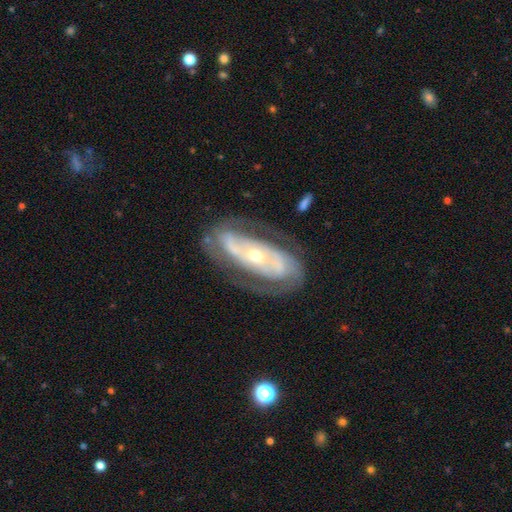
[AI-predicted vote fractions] Morphology: type=featured or disk (84%); edge-on=no (92%); bar=no (56%); spiral arms=yes (85%); winding=tight (50%); arm count=2 (74%); bulge=small (53%); merging=none (72%).